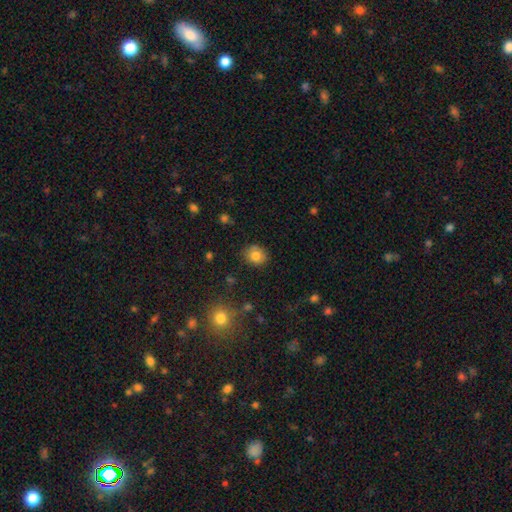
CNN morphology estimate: Smooth or featured?
  - smooth: 80% *
  - star or artifact: 10%
  - featured or disk: 9%
How rounded?
  - round: 70% *
  - in between: 29%
  - cigar-shaped: 1%
Merging?
  - none: 86% *
  - minor disturbance: 10%
  - major disturbance: 2%
  - merger: 2%